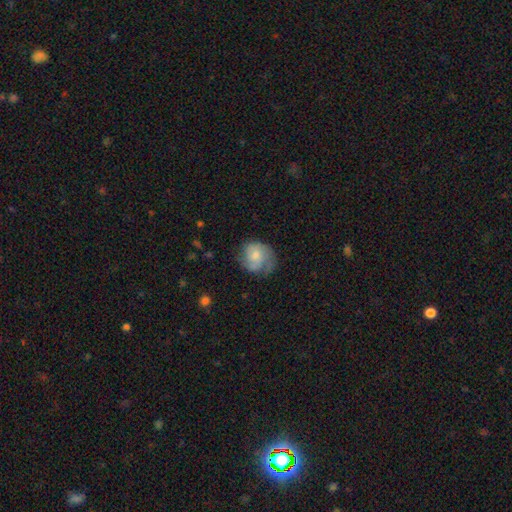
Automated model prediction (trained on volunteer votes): A smooth galaxy with no disk features (48%). Merging: none (51%).